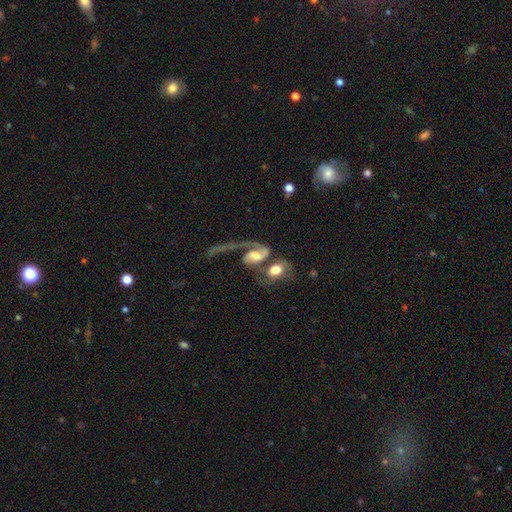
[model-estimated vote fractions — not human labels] Overall: featured or disk (69%). Edge-on disk: no (95%). Bar: no (48%; weak 35%). Spiral arms: yes (87%). Spiral arm count: 1 (54%; 2 38%). Spiral winding: loose (61%; medium 28%). Bulge size: moderate (38%; large 30%). Merging: merger (56%; major disturbance 23%).